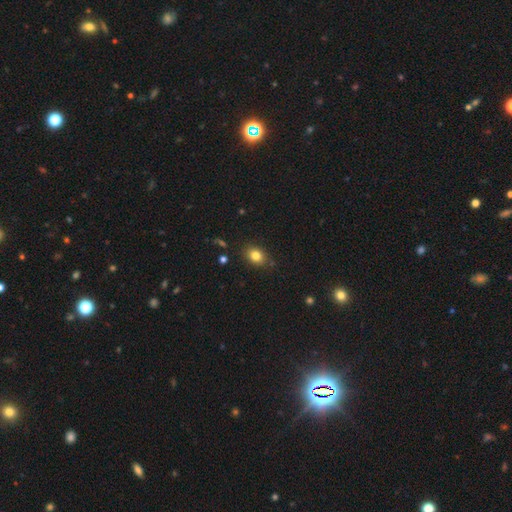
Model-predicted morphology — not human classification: Smooth or featured? smooth (82%)
How rounded? in between (61%)
Merging? none (82%)